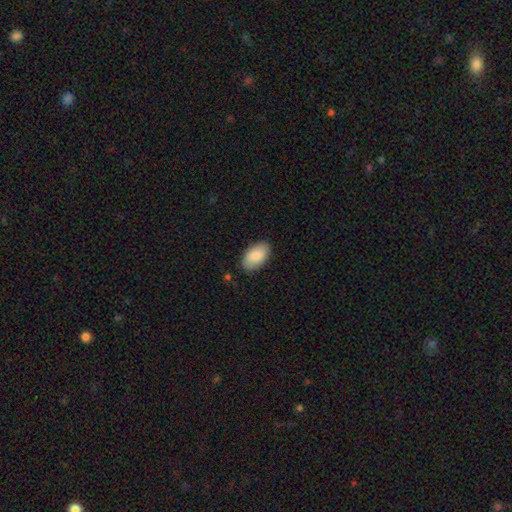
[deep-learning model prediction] A smooth galaxy with no disk features (86%) that is in between round and cigar-shaped (95%).

Vote fractions:
- Smooth or featured? smooth: 86% / featured or disk: 8% / star or artifact: 6%
- How rounded? in between: 95% / round: 4% / cigar-shaped: 2%
- Merging? none: 85% / minor disturbance: 11% / major disturbance: 2% / merger: 1%